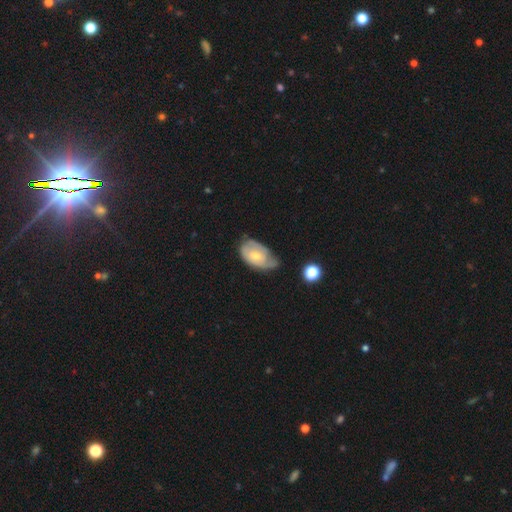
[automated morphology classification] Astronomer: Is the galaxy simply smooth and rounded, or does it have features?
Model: featured or disk — 49% (runner-up: smooth, 44%).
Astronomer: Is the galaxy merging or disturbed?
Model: minor disturbance — 44% (runner-up: none, 35%).